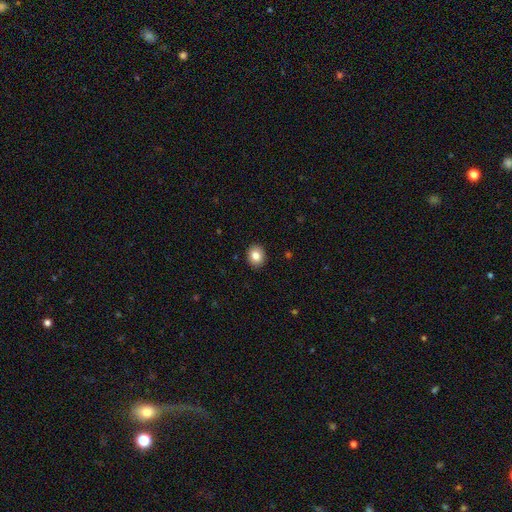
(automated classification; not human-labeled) Smooth or featured? Predicted: smooth (p=0.83). How rounded? Predicted: round (p=0.62). Merging? Predicted: none (p=0.91).